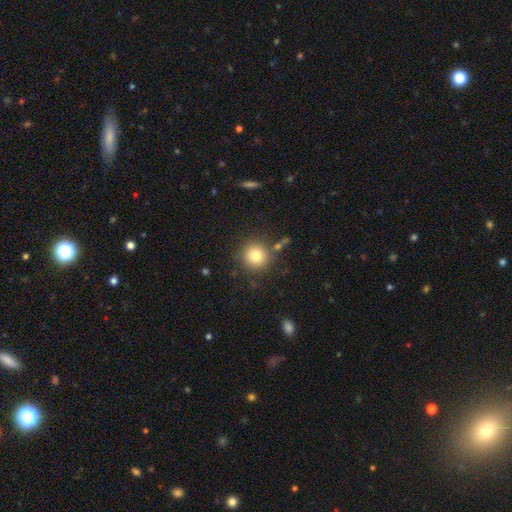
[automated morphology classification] Smooth or featured? Predicted: smooth (p=0.80). How rounded? Predicted: round (p=0.94). Merging? Predicted: none (p=0.83).